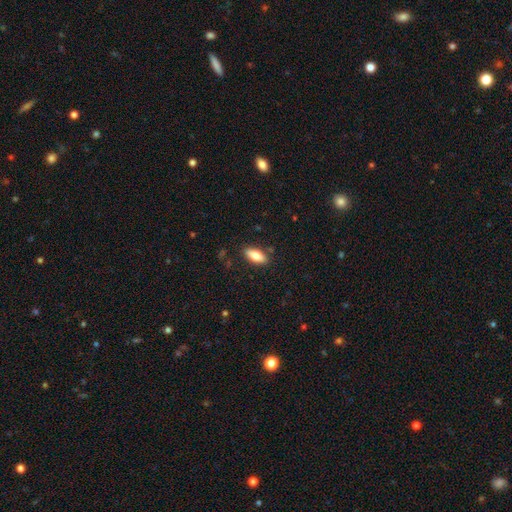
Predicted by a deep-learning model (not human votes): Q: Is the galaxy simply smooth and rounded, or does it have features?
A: smooth — 78%.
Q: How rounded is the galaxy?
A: in between — 84%.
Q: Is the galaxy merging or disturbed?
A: none — 86%.